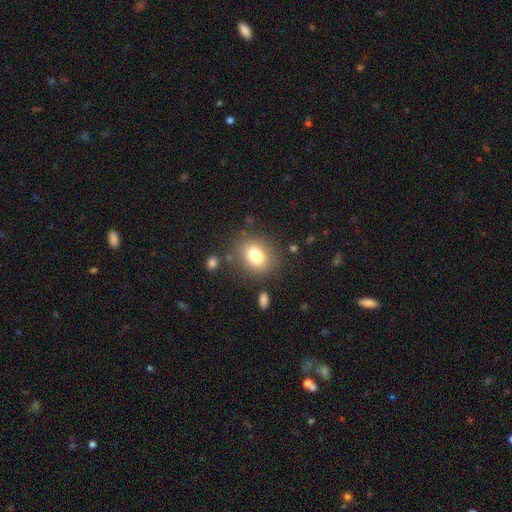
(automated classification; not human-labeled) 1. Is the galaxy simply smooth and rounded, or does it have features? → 79% smooth, 11% star or artifact, 10% featured or disk.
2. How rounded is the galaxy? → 50% round, 49% in between, 1% cigar-shaped.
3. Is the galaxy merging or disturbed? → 80% none, 11% minor disturbance, 5% major disturbance, 4% merger.